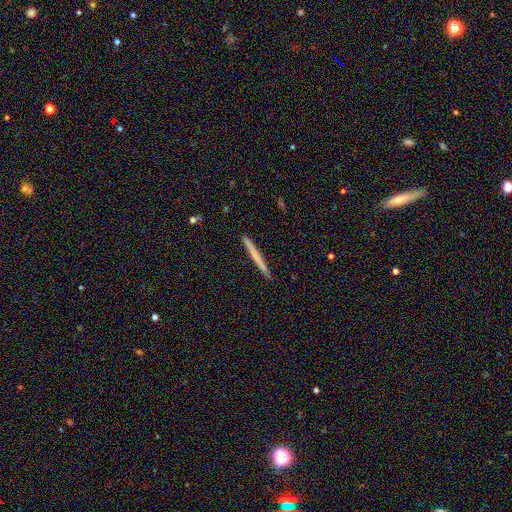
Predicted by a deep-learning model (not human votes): Smooth or featured? smooth (60%)
How rounded? cigar-shaped (97%)
Merging? none (93%)